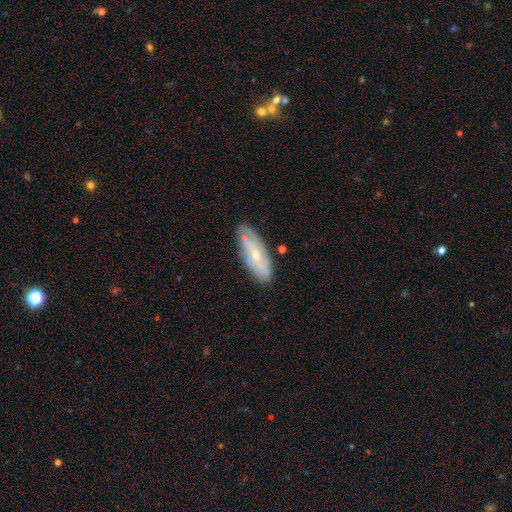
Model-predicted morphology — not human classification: type=featured or disk (54%); edge-on=no (77%); merging=none (78%).